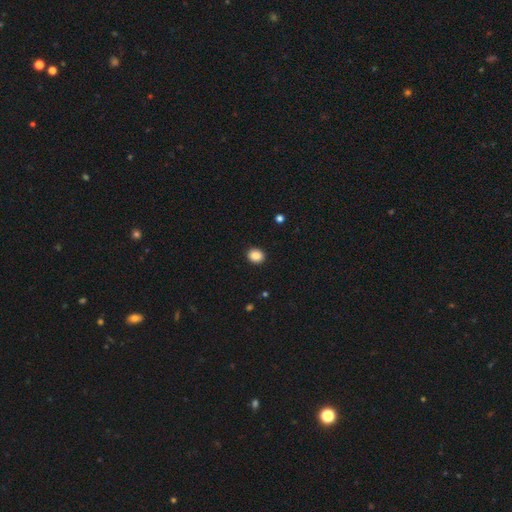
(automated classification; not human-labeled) Overall: smooth (88%). How rounded: round (59%; in between 40%). Merging: none (92%).